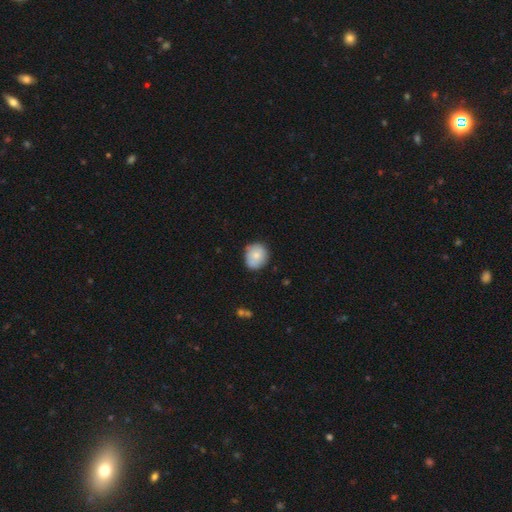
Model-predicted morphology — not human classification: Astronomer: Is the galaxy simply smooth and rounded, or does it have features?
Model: smooth — 77%.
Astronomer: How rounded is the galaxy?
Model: round — 72%.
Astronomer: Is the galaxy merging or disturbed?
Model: none — 74%.